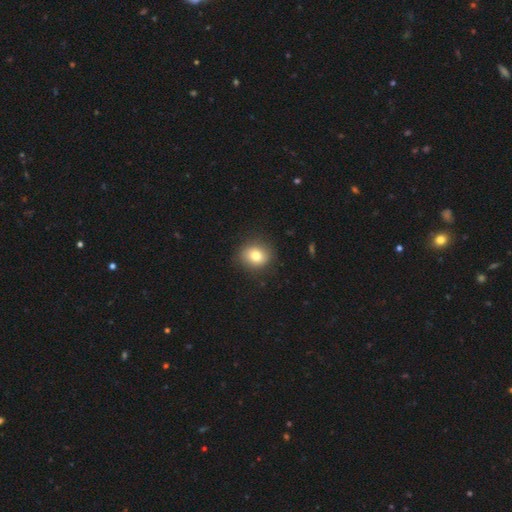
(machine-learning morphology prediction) type=smooth (78%); roundness=round (74%); merging=none (87%).